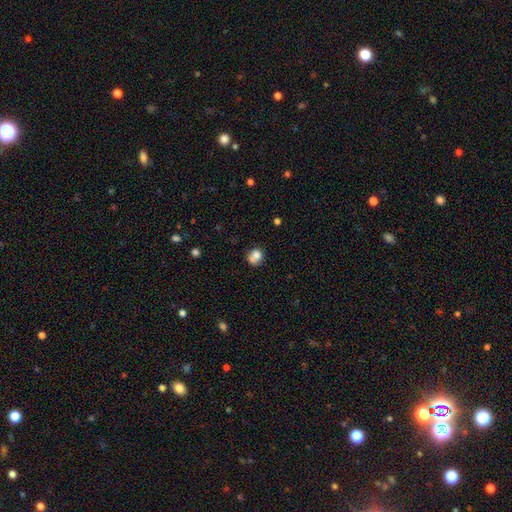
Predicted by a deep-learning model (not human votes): Smooth or featured: smooth — 77% (featured or disk — 13%)
How rounded: round — 69% (in between — 30%)
Merging: none — 46% (merger — 24%)